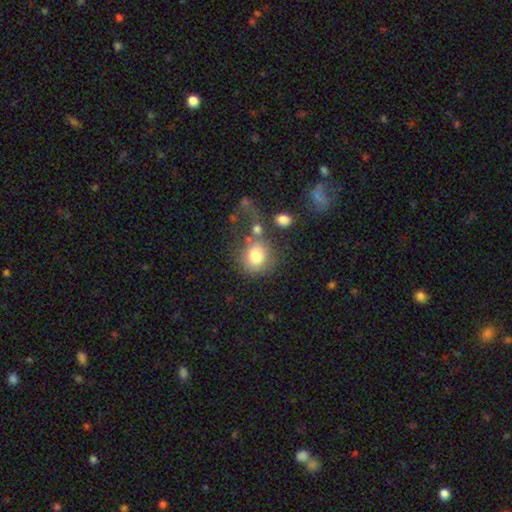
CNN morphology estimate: smooth_or_featured: smooth (p=0.78) [alt: featured or disk p=0.12]
how_rounded: round (p=0.75) [alt: in between p=0.24]
merging: none (p=0.52) [alt: merger p=0.19]